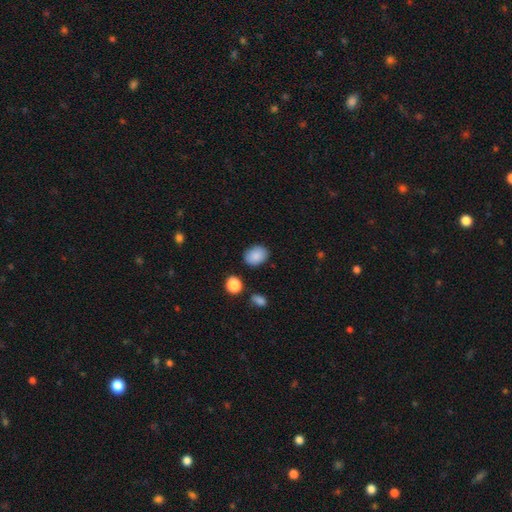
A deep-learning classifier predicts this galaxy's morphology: A smooth galaxy with no disk features (88%) that is in between round and cigar-shaped (74%). Merging: none (83%).